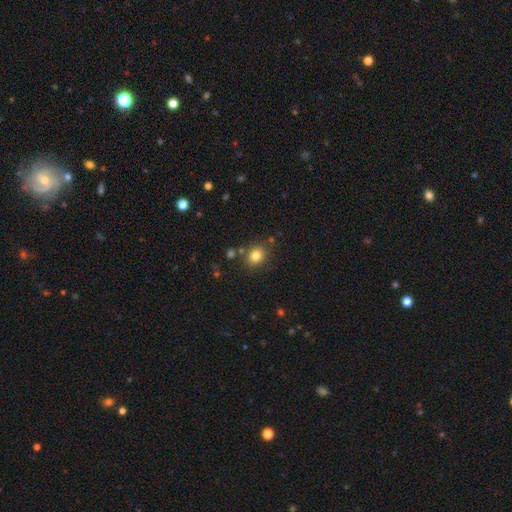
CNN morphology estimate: Smooth or featured?
  - smooth: 82% *
  - star or artifact: 11%
  - featured or disk: 7%
How rounded?
  - round: 60% *
  - in between: 39%
  - cigar-shaped: 1%
Merging?
  - none: 79% *
  - minor disturbance: 11%
  - merger: 6%
  - major disturbance: 3%